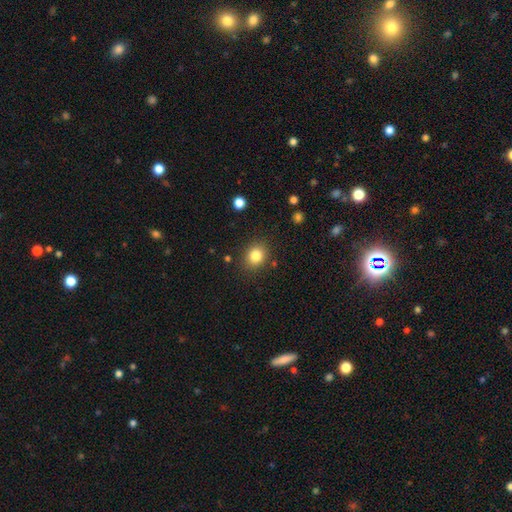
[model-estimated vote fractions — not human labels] Morphology: type=smooth (83%); roundness=round (68%); merging=none (85%).